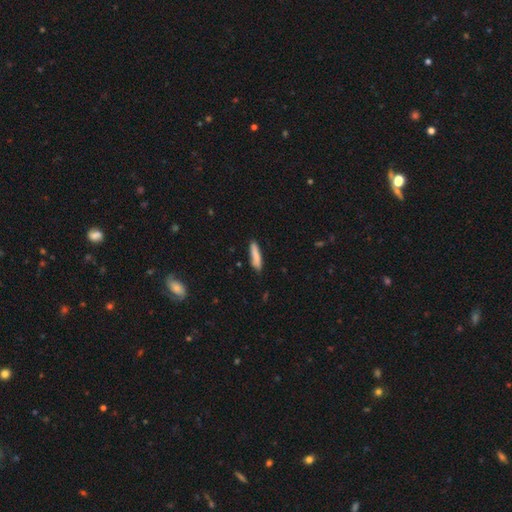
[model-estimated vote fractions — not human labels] Morphology: type=smooth (85%); roundness=cigar-shaped (84%); merging=none (84%).